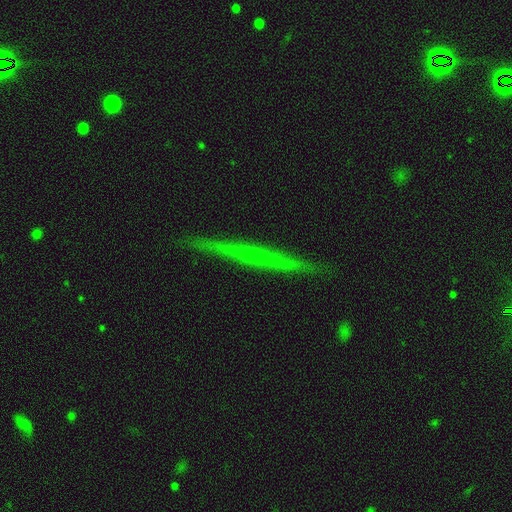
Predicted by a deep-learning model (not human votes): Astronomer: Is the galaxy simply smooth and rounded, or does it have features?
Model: featured or disk — 55% (runner-up: smooth, 38%).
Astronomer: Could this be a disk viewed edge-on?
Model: yes — 97%.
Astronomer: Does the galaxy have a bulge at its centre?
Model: none — 88%.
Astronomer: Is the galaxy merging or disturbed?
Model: none — 91%.